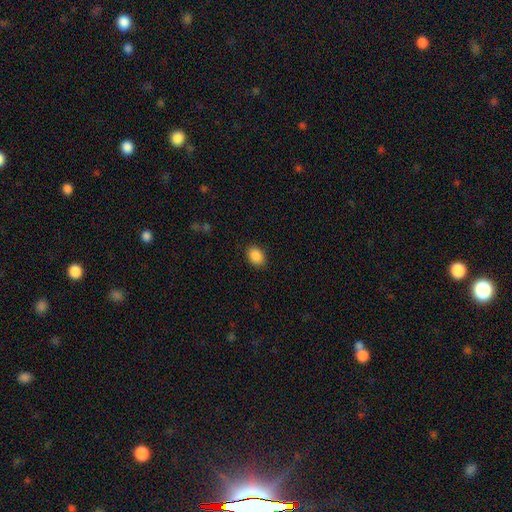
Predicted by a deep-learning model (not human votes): Smooth or featured?
  - smooth: 89% *
  - star or artifact: 8%
  - featured or disk: 3%
How rounded?
  - in between: 69% *
  - round: 30%
  - cigar-shaped: 1%
Merging?
  - none: 88% *
  - minor disturbance: 9%
  - major disturbance: 2%
  - merger: 1%